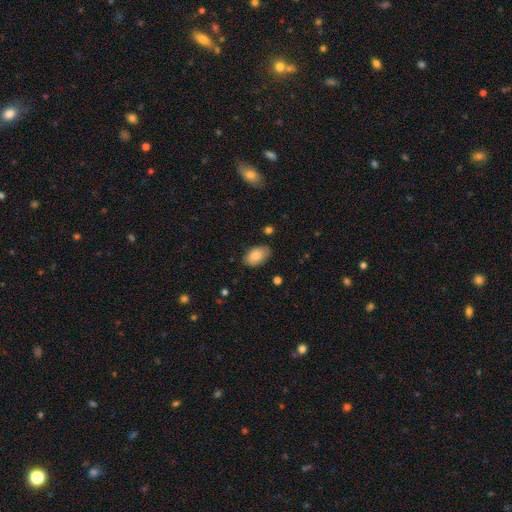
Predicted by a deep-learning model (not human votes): A smooth galaxy with no disk features (81%) that is in between round and cigar-shaped (92%). Merging: none (80%).